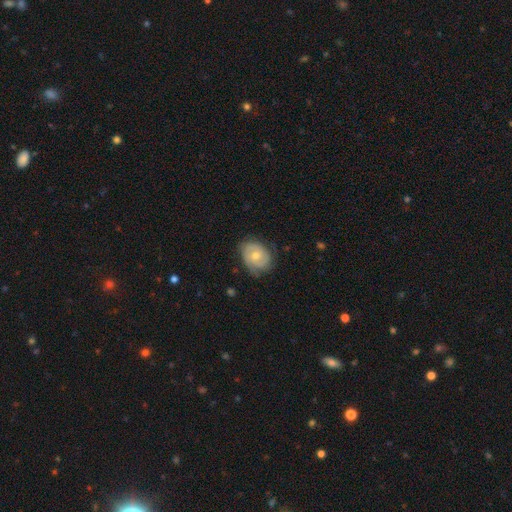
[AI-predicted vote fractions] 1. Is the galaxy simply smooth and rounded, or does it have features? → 52% featured or disk, 42% smooth, 7% star or artifact.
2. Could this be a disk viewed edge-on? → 96% no, 4% yes.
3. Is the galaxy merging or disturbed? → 64% none, 27% minor disturbance, 8% major disturbance, 1% merger.